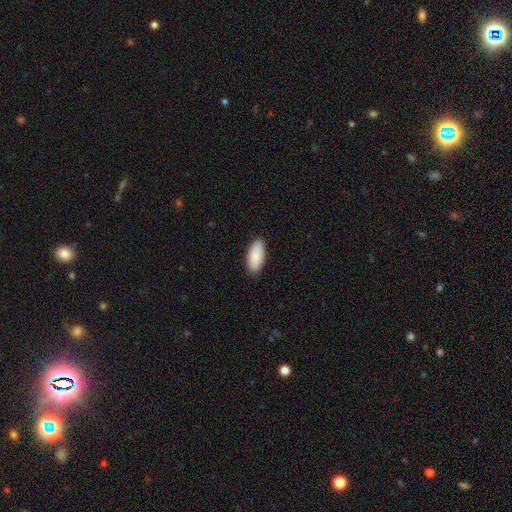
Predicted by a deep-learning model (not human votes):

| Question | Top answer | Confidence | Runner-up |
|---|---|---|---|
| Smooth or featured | smooth | 90% | star or artifact (5%) |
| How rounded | in between | 90% | cigar-shaped (9%) |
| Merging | none | 88% | minor disturbance (9%) |